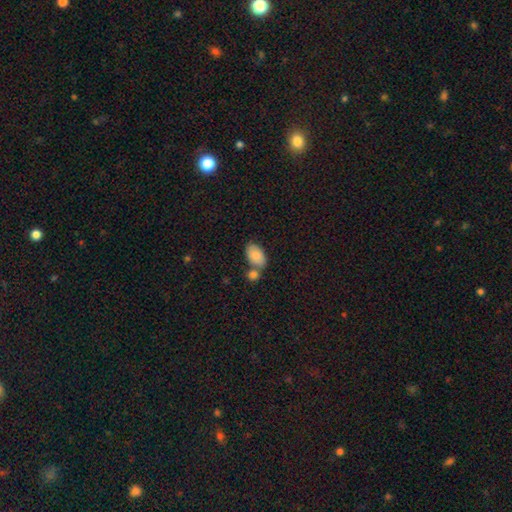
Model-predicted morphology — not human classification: The model was most divided on "merging": none: 52%, merger: 31%, minor disturbance: 13%, major disturbance: 4%. More confident: how rounded — in between (93%); smooth or featured — smooth (85%).